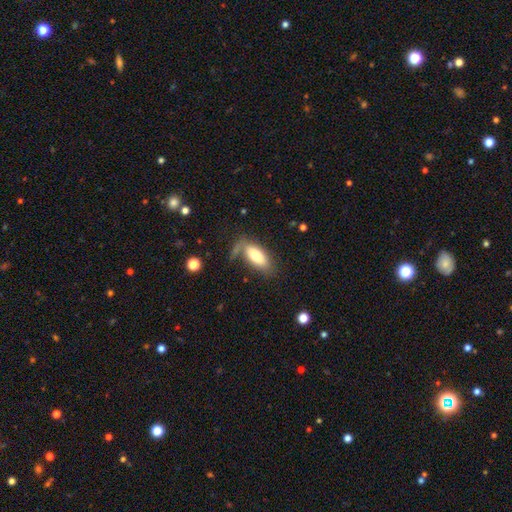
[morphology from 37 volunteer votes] Smooth or featured: smooth — 84% (featured or disk — 14%)
How rounded: in between — 97% (cigar-shaped — 3%)
Merging: none — 56% (major disturbance — 19%)